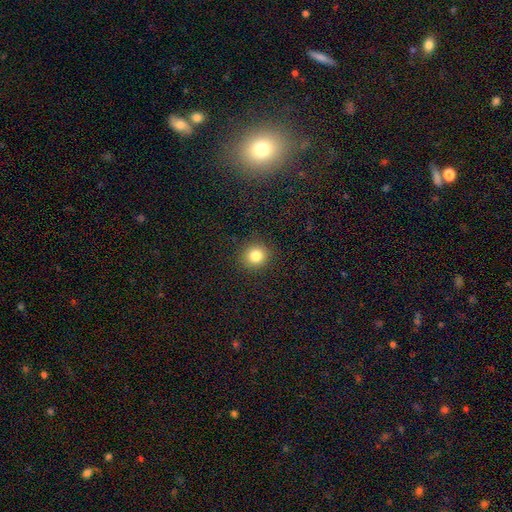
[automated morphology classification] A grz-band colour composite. It shows a smooth galaxy with no disk features (82%) that is round (92%). Merging: none (91%).